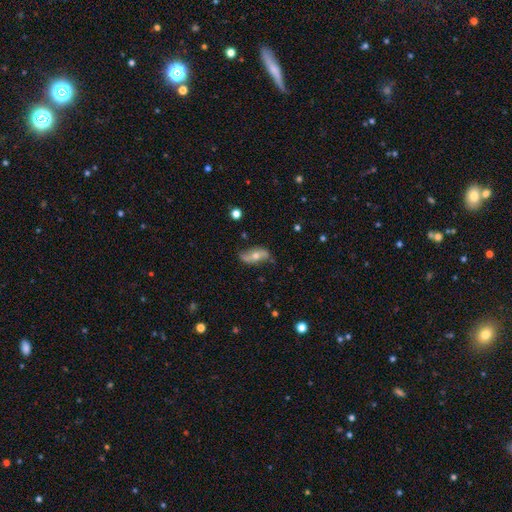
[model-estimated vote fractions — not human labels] This appears to be a featured or disk galaxy (58%). Merging: none (69%).